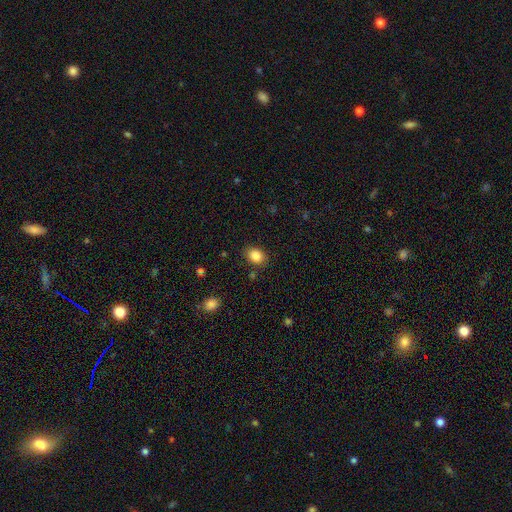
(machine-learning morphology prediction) Smooth or featured?
  - smooth: 85% *
  - star or artifact: 9%
  - featured or disk: 6%
How rounded?
  - in between: 61% *
  - round: 38%
  - cigar-shaped: 1%
Merging?
  - none: 83% *
  - minor disturbance: 12%
  - major disturbance: 3%
  - merger: 2%